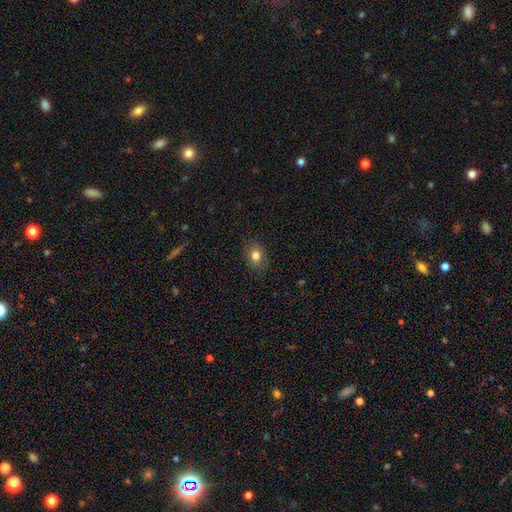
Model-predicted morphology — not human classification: Q: Smooth or featured?
A: smooth (81%); runner-up: star or artifact (11%)
Q: How rounded?
A: in between (63%); runner-up: round (36%)
Q: Merging?
A: none (87%); runner-up: minor disturbance (10%)